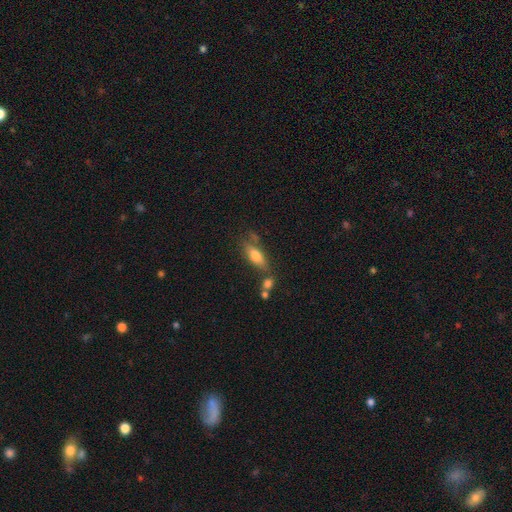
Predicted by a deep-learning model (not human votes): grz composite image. It shows a smooth galaxy with no disk features (71%) that is in between round and cigar-shaped (67%). Merging: none (58%).